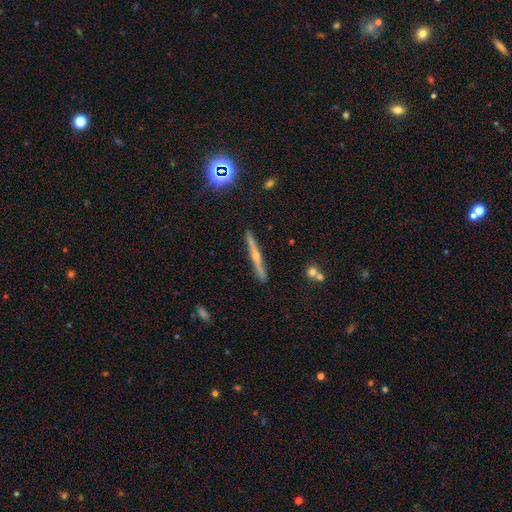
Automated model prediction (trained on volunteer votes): A featured or disk galaxy (71%) viewed edge-on (97%) with a rounded central bulge (85%). Merging: none (90%).